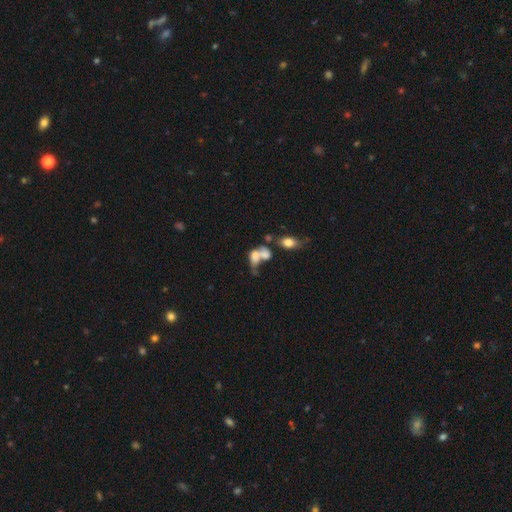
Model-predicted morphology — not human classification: A smooth galaxy with no disk features (56%) that is in between round and cigar-shaped (78%).

Vote fractions:
- Smooth or featured? smooth: 56% / featured or disk: 31% / star or artifact: 13%
- How rounded? in between: 78% / round: 17% / cigar-shaped: 4%
- Merging? merger: 60% / major disturbance: 18% / none: 14% / minor disturbance: 8%